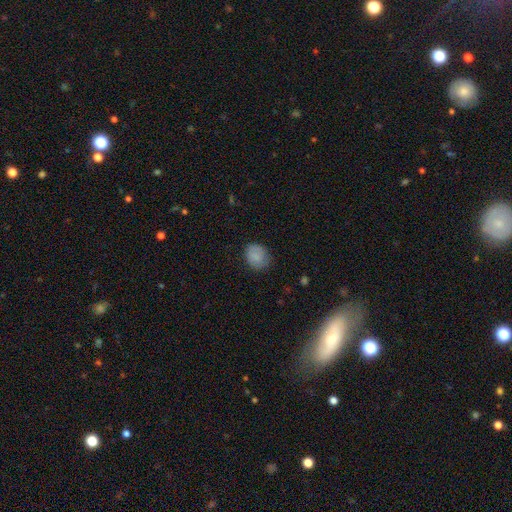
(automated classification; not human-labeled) The model was most divided on "how rounded": round: 58%, in between: 41%, cigar-shaped: 1%. More confident: smooth or featured — smooth (86%); merging — none (76%).